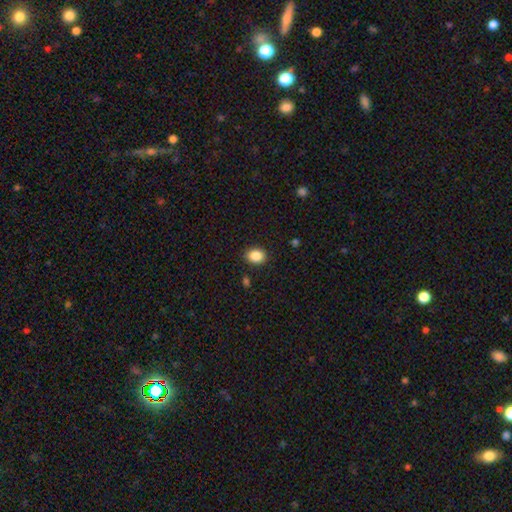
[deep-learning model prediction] This appears to be a smooth galaxy with no disk features (87%) that is in between round and cigar-shaped (55%). Merging: none (89%).